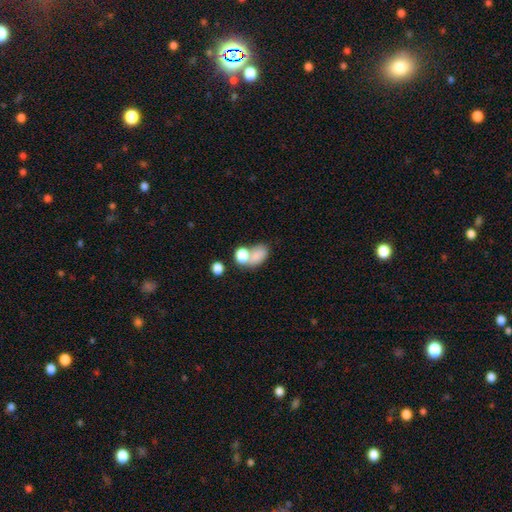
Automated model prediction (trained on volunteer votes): smooth_or_featured: smooth (p=0.77) [alt: featured or disk p=0.12]
how_rounded: in between (p=0.79) [alt: round p=0.19]
merging: merger (p=0.43) [alt: none p=0.34]